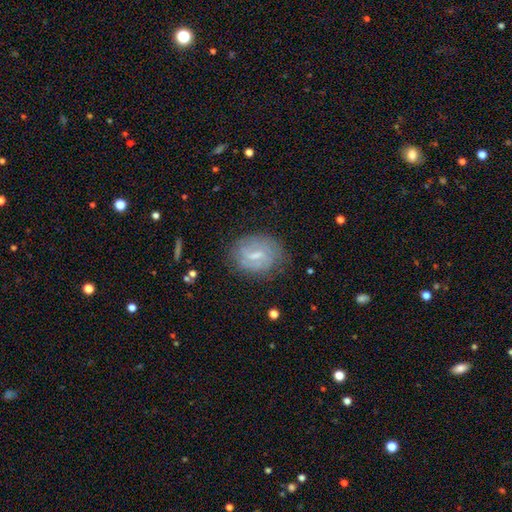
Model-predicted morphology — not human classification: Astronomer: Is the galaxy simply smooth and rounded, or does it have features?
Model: featured or disk — 64%.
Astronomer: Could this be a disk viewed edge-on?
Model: no — 95%.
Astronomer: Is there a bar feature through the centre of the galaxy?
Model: weak — 56%.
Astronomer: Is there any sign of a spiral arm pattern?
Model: yes — 77%.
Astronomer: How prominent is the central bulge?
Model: small — 43% (runner-up: moderate, 29%).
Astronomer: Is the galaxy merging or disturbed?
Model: none — 72%.